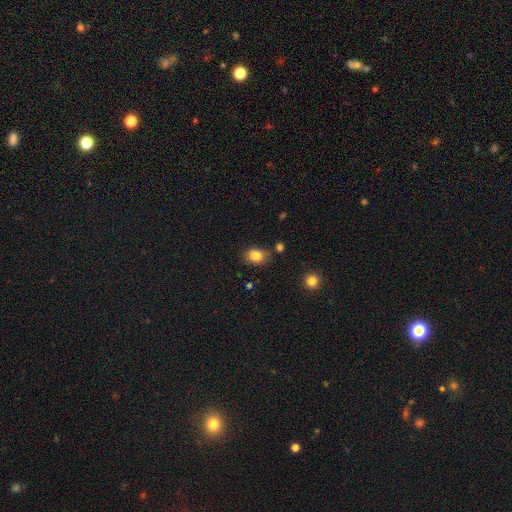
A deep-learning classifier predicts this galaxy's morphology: smooth_or_featured: smooth (p=0.84) [alt: star or artifact p=0.10]
how_rounded: in between (p=0.59) [alt: round p=0.40]
merging: none (p=0.80) [alt: minor disturbance p=0.13]